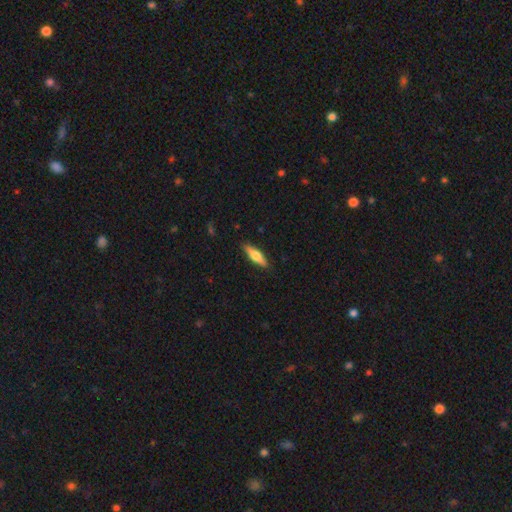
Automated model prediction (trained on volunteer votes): Smooth or featured: smooth — 59% (featured or disk — 36%)
How rounded: cigar-shaped — 60% (in between — 38%)
Merging: none — 88% (minor disturbance — 9%)